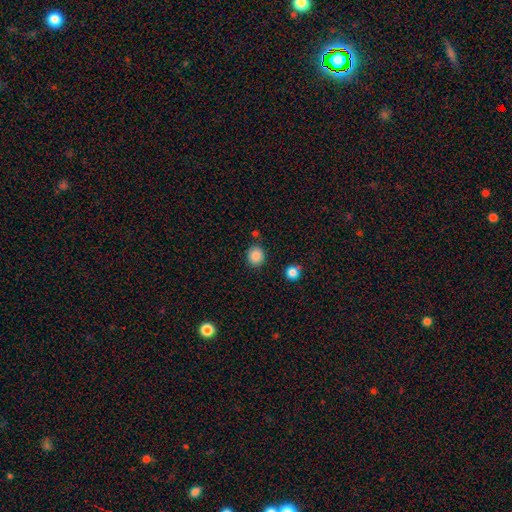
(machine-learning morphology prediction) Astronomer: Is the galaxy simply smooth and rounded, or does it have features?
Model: smooth — 87%.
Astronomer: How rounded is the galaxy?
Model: round — 78%.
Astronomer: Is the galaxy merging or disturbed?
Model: none — 85%.